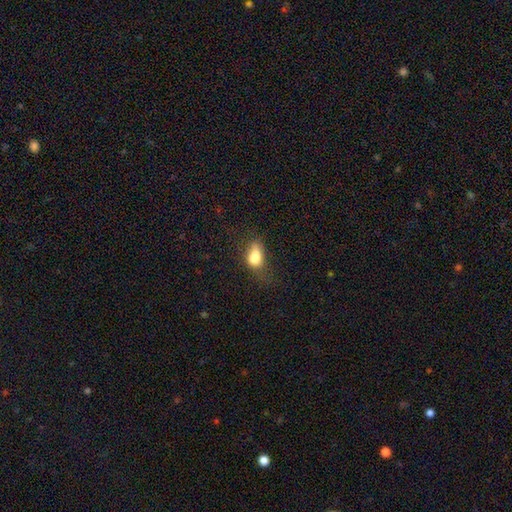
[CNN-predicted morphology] This appears to be a smooth galaxy with no disk features (79%) that is in between round and cigar-shaped (81%). Merging: minor disturbance (33%).